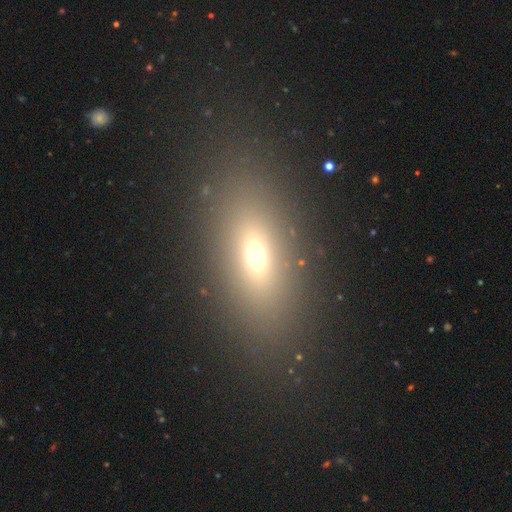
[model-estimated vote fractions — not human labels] Morphology: type=smooth (64%); roundness=in between (75%); merging=none (86%).